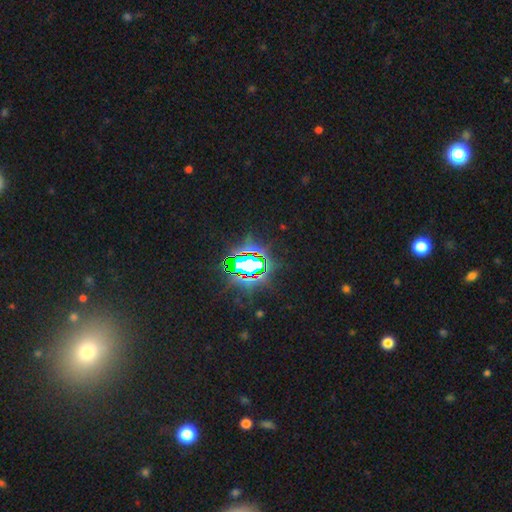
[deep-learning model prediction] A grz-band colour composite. It shows a star or artifact, not a galaxy (81%).